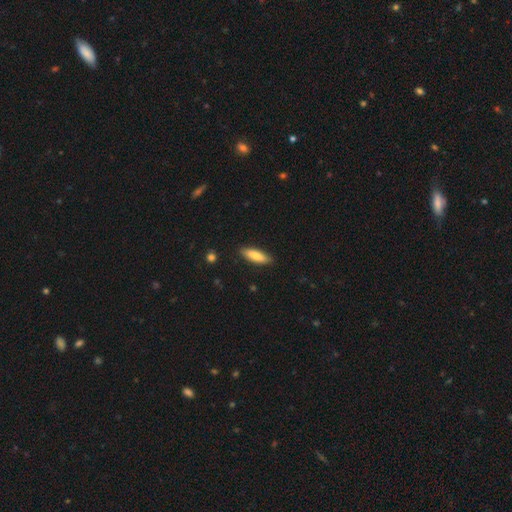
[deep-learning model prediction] This is likely a smooth galaxy (79%). How rounded: possibly cigar-shaped (53%). Merging: clearly none (87%).